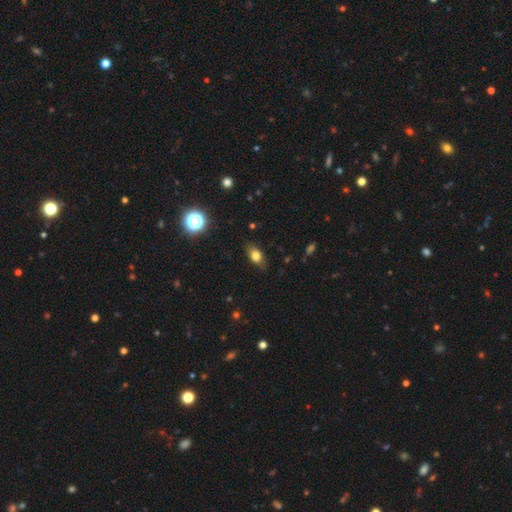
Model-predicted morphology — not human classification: smooth 75%, featured or disk 14%, star or artifact 11%. Down the decision tree: how rounded — in between (81%); merging — none (81%).